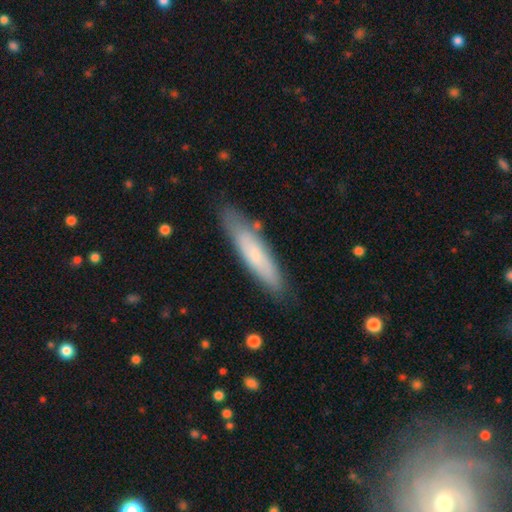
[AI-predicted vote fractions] This appears to be a smooth galaxy with no disk features (67%) that is cigar-shaped (80%). Merging: none (80%).